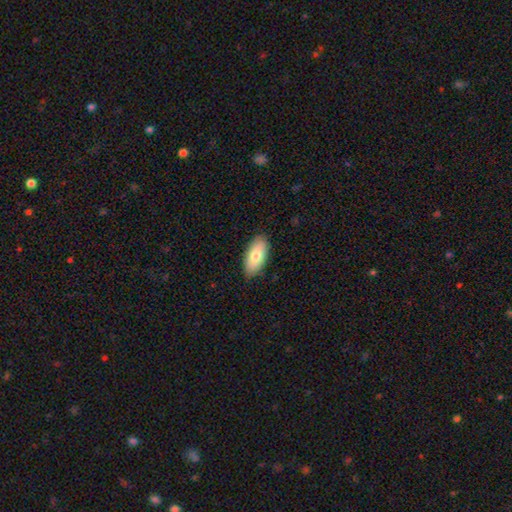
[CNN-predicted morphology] Q: Smooth or featured?
A: smooth (79%); runner-up: featured or disk (15%)
Q: How rounded?
A: in between (89%); runner-up: cigar-shaped (8%)
Q: Merging?
A: none (86%); runner-up: minor disturbance (11%)